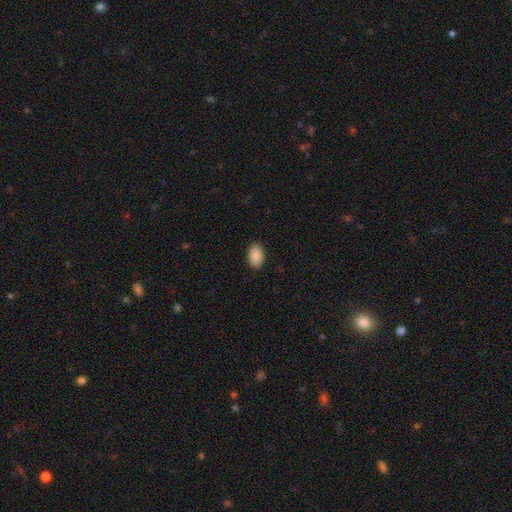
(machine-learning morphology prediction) This is clearly a smooth galaxy (91%). How rounded: clearly in between (92%). Merging: clearly none (89%).